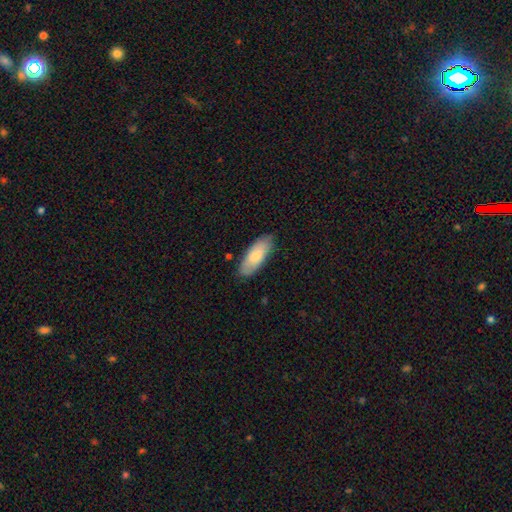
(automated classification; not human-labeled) Overall: smooth (78%). How rounded: in between (77%). Merging: none (82%).